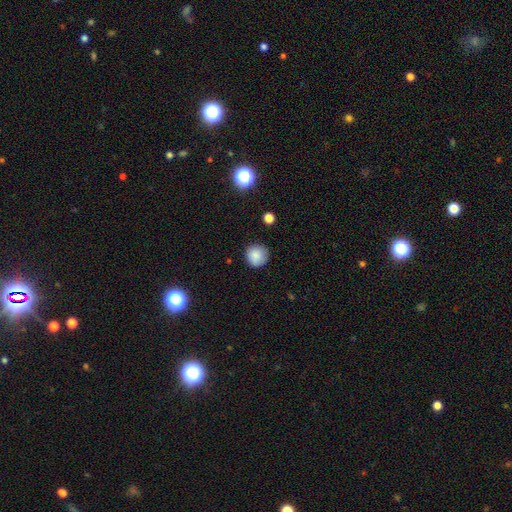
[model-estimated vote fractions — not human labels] Morphology: type=smooth (85%); roundness=round (94%); merging=none (85%).